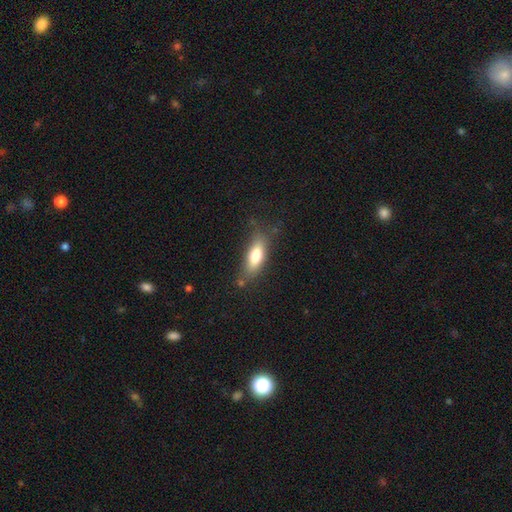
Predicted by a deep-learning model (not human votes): smooth_or_featured: smooth (p=0.73) [alt: featured or disk p=0.19]
how_rounded: in between (p=0.66) [alt: cigar-shaped p=0.32]
merging: none (p=0.71) [alt: minor disturbance p=0.19]